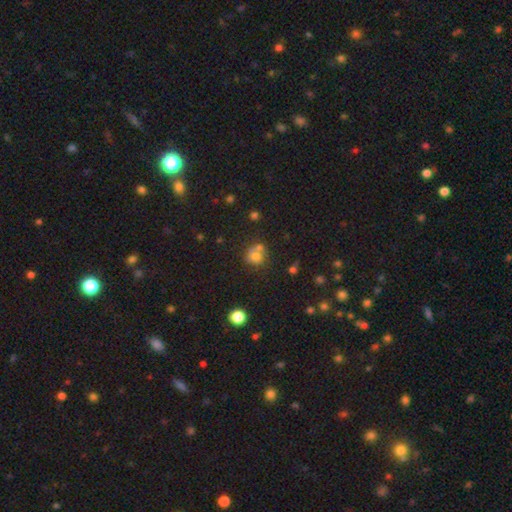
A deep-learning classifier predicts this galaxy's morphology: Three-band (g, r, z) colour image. It shows a smooth galaxy with no disk features (65%) that is round (79%). Merging: none (44%).